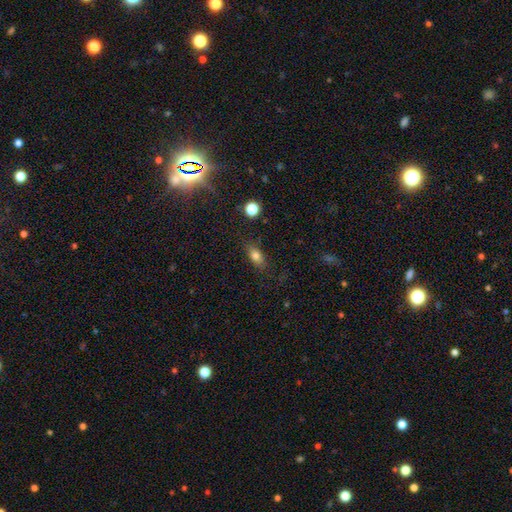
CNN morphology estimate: smooth_or_featured: smooth (p=0.77) [alt: featured or disk p=0.12]
how_rounded: in between (p=0.78) [alt: round p=0.11]
merging: none (p=0.79) [alt: minor disturbance p=0.14]